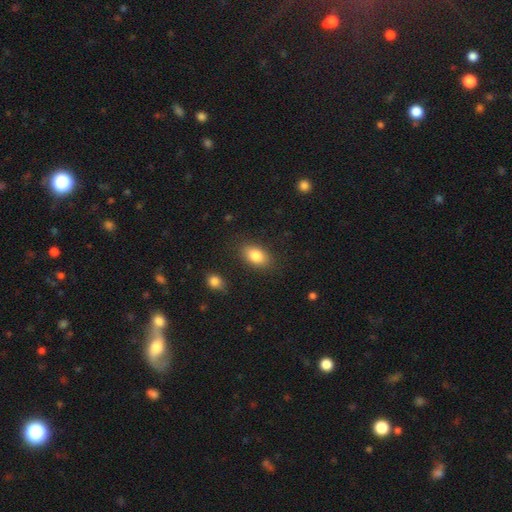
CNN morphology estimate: smooth-or-featured: smooth: 83% | featured or disk: 9% | star or artifact: 8%
  how-rounded: in between: 88% | round: 10% | cigar-shaped: 2%
  merging: none: 85% | minor disturbance: 10% | major disturbance: 3% | merger: 2%